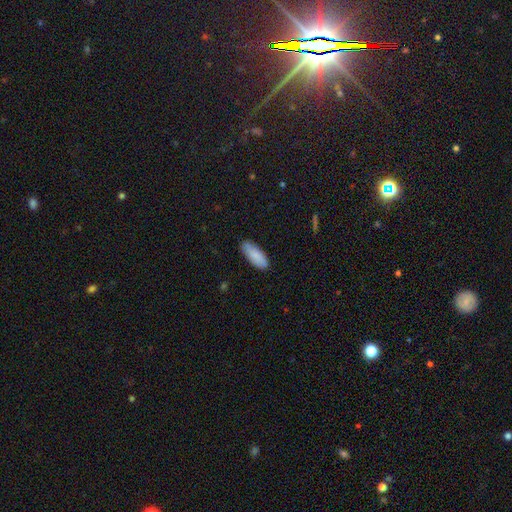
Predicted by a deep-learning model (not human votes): A smooth galaxy with no disk features (86%) that is in between round and cigar-shaped (77%).

Vote fractions:
- Smooth or featured? smooth: 86% / featured or disk: 8% / star or artifact: 5%
- How rounded? in between: 77% / cigar-shaped: 21% / round: 2%
- Merging? none: 85% / minor disturbance: 12% / major disturbance: 2% / merger: 1%